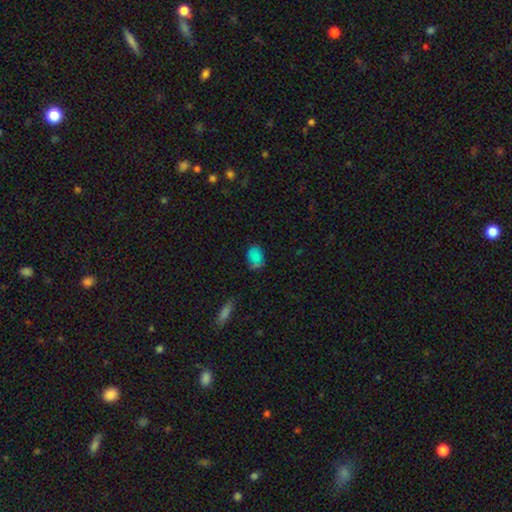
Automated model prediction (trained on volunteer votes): Smooth or featured? smooth (74%)
How rounded? in between (73%)
Merging? none (62%)